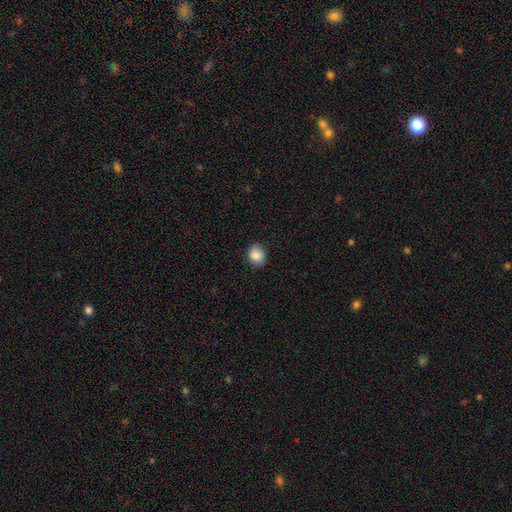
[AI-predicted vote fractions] Q: Smooth or featured?
A: smooth (86%); runner-up: star or artifact (9%)
Q: How rounded?
A: round (64%); runner-up: in between (35%)
Q: Merging?
A: none (84%); runner-up: minor disturbance (13%)